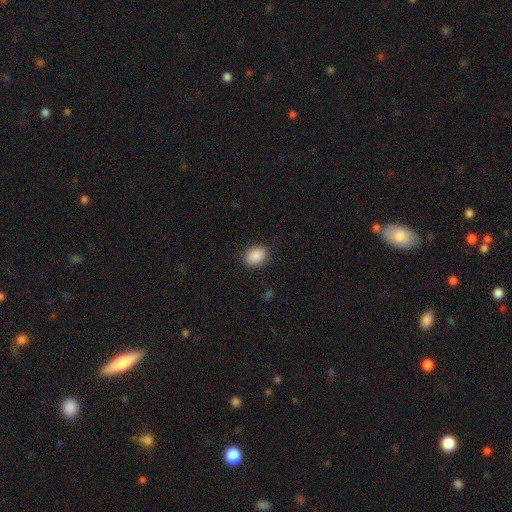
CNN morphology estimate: A smooth galaxy with no disk features (89%) that is in between round and cigar-shaped (60%).

Vote fractions:
- Smooth or featured? smooth: 89% / star or artifact: 8% / featured or disk: 3%
- How rounded? in between: 60% / round: 39% / cigar-shaped: 1%
- Merging? none: 88% / minor disturbance: 8% / major disturbance: 3% / merger: 1%